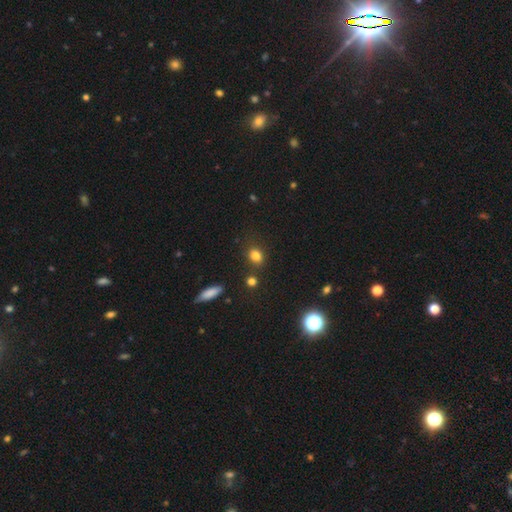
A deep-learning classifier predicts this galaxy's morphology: type=smooth (81%); roundness=in between (54%); merging=none (77%).